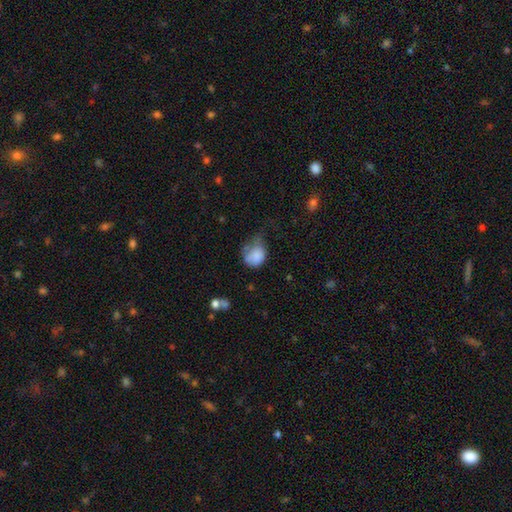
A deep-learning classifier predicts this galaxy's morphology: A smooth galaxy with no disk features (78%) that is round (50%). Merging: minor disturbance (37%).